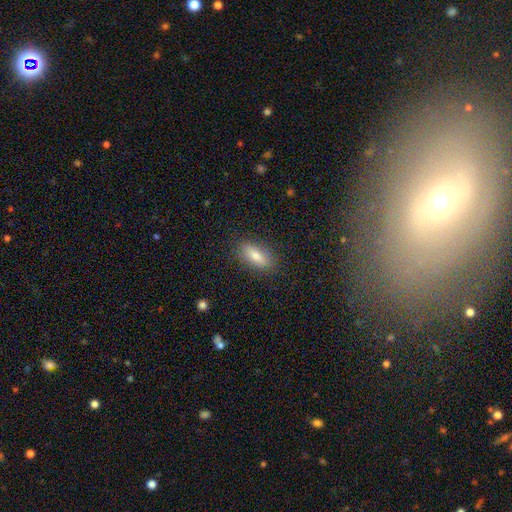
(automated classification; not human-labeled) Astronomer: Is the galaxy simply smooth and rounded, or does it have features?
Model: smooth — 75%.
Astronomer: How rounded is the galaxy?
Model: in between — 75%.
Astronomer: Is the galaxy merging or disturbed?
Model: none — 86%.